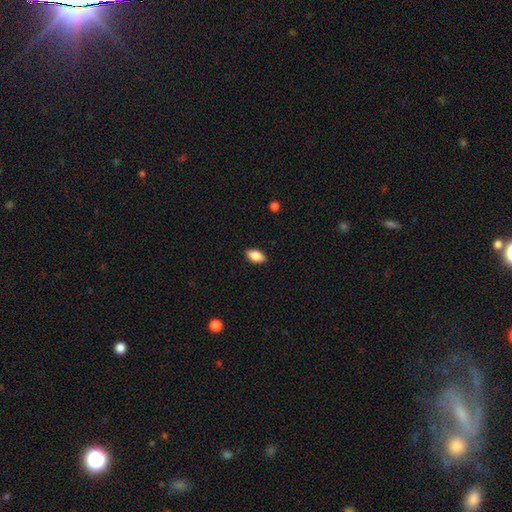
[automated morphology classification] Smooth or featured? Predicted: smooth (p=0.87). How rounded? Predicted: in between (p=0.92). Merging? Predicted: none (p=0.88).